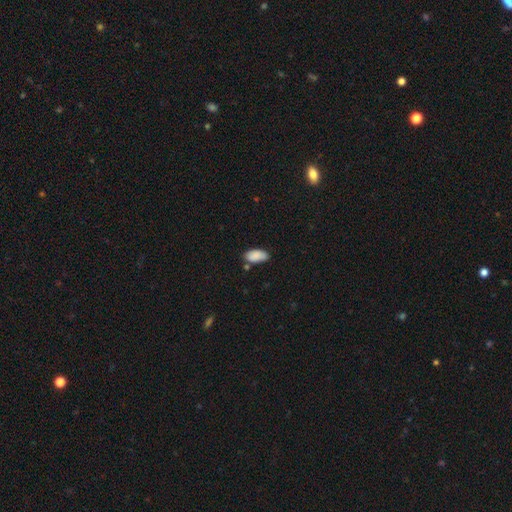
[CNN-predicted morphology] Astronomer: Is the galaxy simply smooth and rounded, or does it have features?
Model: smooth — 87%.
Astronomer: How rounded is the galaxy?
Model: in between — 93%.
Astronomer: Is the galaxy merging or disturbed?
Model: none — 69%.